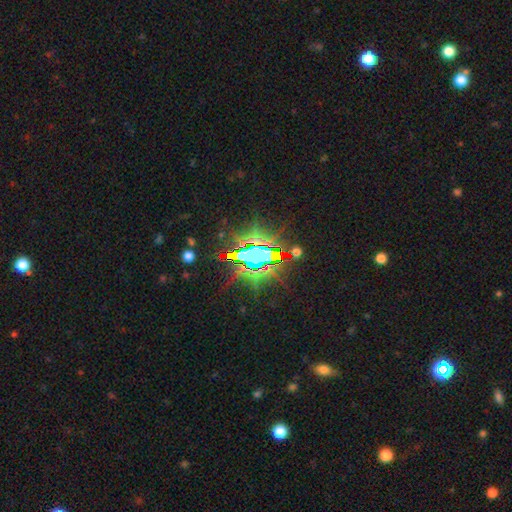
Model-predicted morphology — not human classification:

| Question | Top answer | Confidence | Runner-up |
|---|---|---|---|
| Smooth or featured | star or artifact | 82% | featured or disk (10%) |